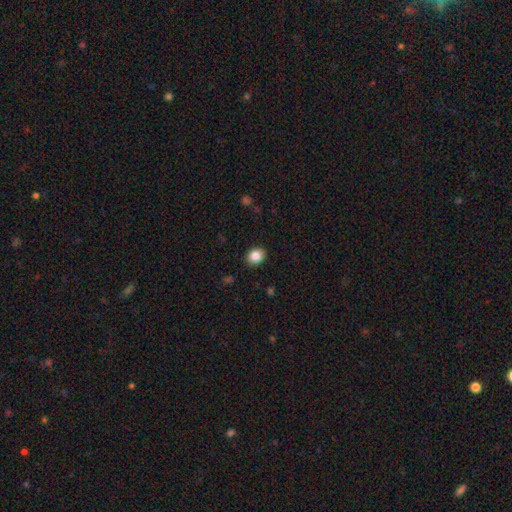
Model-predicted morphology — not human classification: Smooth or featured?
  - smooth: 85% *
  - star or artifact: 9%
  - featured or disk: 5%
How rounded?
  - round: 55% *
  - in between: 44%
  - cigar-shaped: 1%
Merging?
  - none: 89% *
  - minor disturbance: 8%
  - major disturbance: 2%
  - merger: 1%